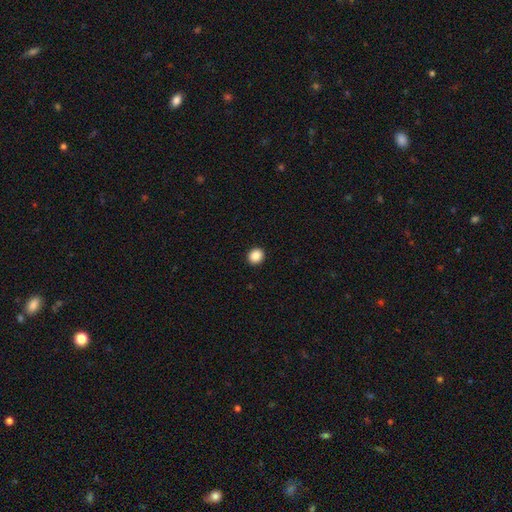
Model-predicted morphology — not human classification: Smooth or featured: smooth — 88% (star or artifact — 9%)
How rounded: round — 80% (in between — 19%)
Merging: none — 93% (minor disturbance — 5%)